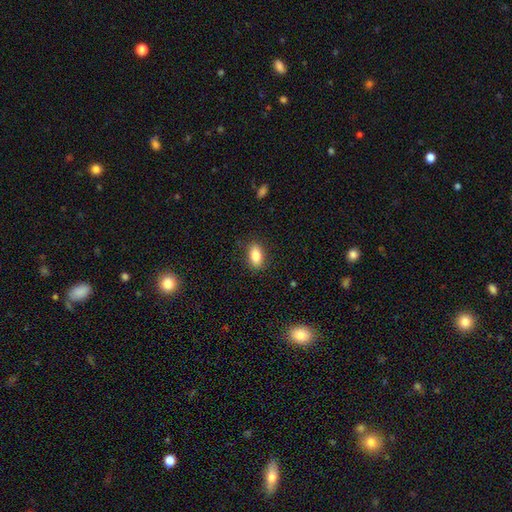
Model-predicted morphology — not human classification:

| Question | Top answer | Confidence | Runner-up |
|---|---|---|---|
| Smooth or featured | smooth | 84% | star or artifact (8%) |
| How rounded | in between | 89% | round (7%) |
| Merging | none | 86% | minor disturbance (10%) |